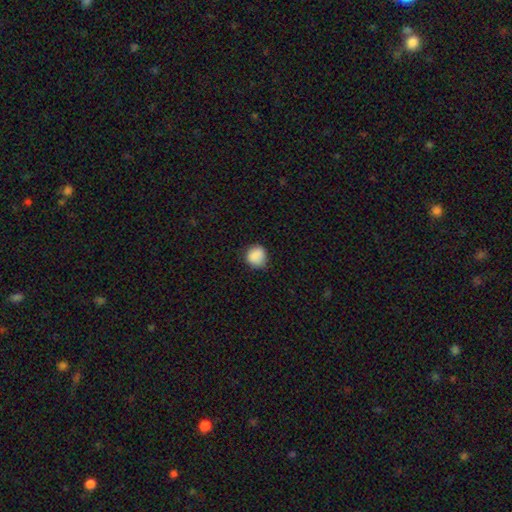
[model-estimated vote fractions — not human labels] This appears to be a smooth galaxy with no disk features (87%) that is round (80%). Merging: none (78%).